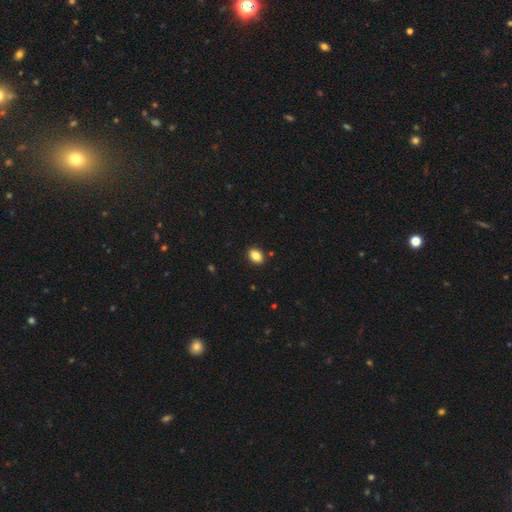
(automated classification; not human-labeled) Smooth or featured: smooth — 86% (star or artifact — 9%)
How rounded: in between — 79% (round — 20%)
Merging: none — 90% (minor disturbance — 7%)